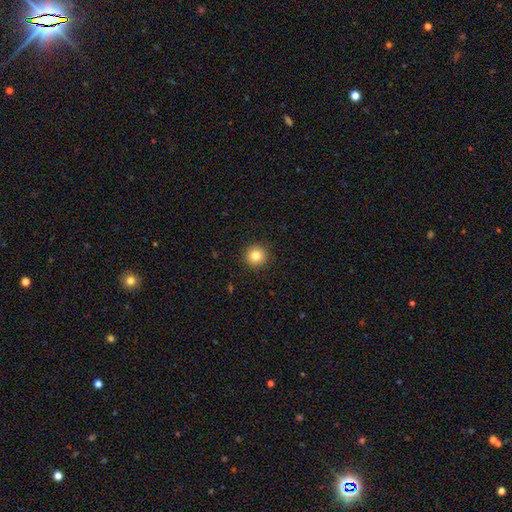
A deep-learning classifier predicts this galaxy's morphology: A smooth galaxy with no disk features (83%) that is round (95%). Merging: none (92%).